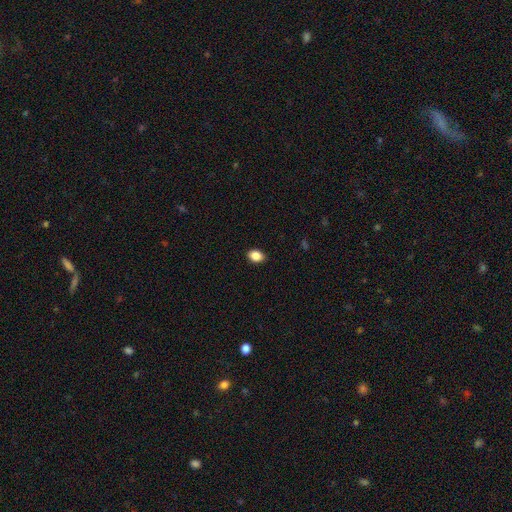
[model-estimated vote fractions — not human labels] Smooth or featured? Predicted: smooth (p=0.88). How rounded? Predicted: in between (p=0.71). Merging? Predicted: none (p=0.89).